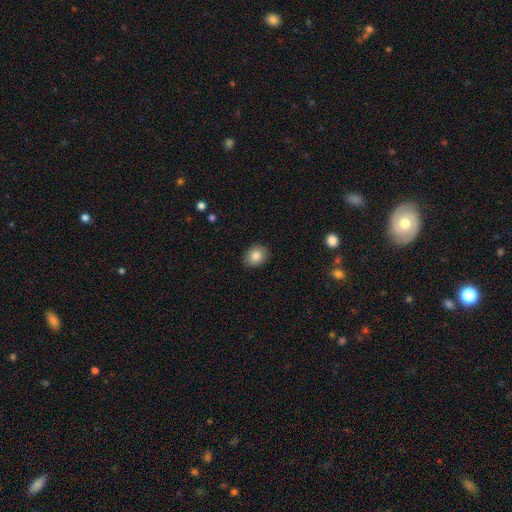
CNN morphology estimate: The model was most divided on "how rounded": round: 53%, in between: 46%, cigar-shaped: 1%. More confident: merging — none (88%); smooth or featured — smooth (85%).